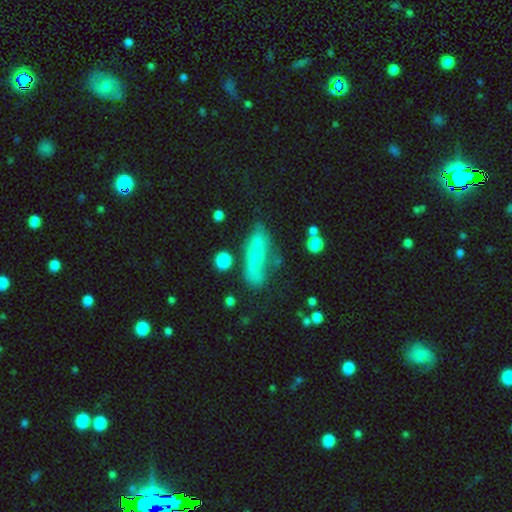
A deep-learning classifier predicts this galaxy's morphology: This is likely a smooth galaxy (63%). How rounded: possibly cigar-shaped (50%). Merging: possibly none (54%).